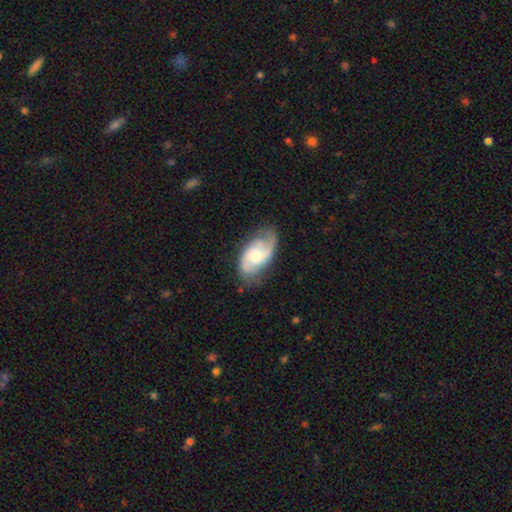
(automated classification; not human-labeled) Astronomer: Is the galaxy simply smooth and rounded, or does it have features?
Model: featured or disk — 82%.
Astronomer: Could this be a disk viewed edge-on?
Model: no — 96%.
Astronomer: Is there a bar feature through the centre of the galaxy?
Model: no — 60% (runner-up: weak, 35%).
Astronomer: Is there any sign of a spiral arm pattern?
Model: yes — 96%.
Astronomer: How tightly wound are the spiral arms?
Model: medium — 51% (runner-up: tight, 28%).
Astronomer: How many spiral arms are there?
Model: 2 — 79%.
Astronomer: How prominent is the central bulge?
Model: moderate — 51% (runner-up: small, 36%).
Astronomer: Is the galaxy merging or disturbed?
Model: none — 70%.